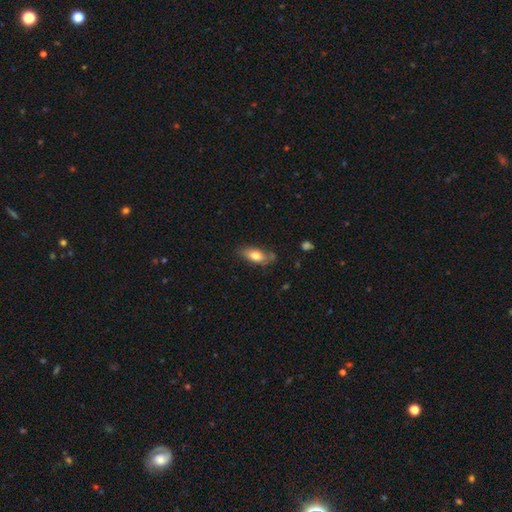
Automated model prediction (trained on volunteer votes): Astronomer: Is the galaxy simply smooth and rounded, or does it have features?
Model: smooth — 73%.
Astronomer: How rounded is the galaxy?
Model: in between — 83%.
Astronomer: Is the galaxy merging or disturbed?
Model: none — 66%.